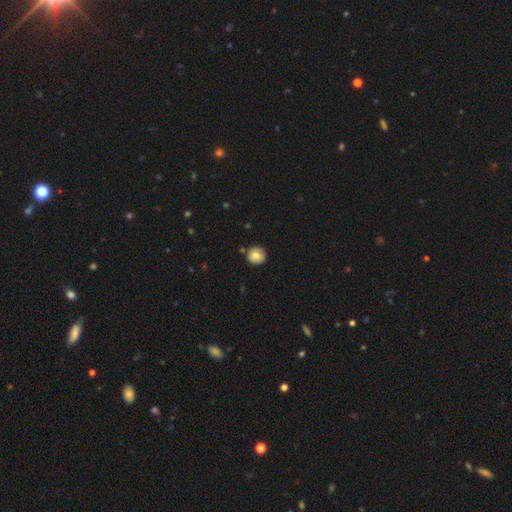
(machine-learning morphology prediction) Smooth or featured: smooth — 73% (featured or disk — 18%)
How rounded: round — 91% (in between — 8%)
Merging: none — 85% (minor disturbance — 10%)